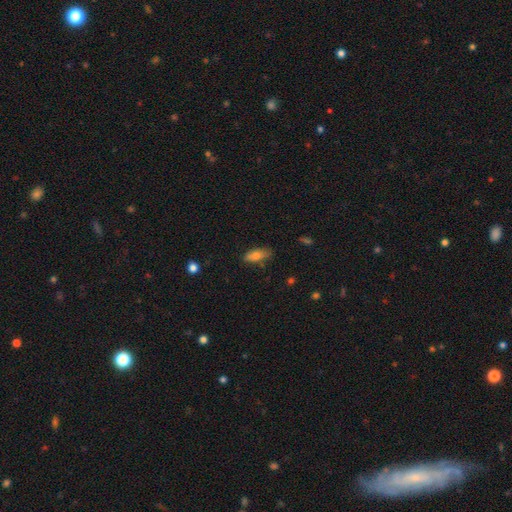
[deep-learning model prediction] smooth-or-featured: smooth: 78% | featured or disk: 14% | star or artifact: 8%
  how-rounded: in between: 74% | cigar-shaped: 23% | round: 3%
  merging: none: 71% | minor disturbance: 22% | major disturbance: 5% | merger: 3%